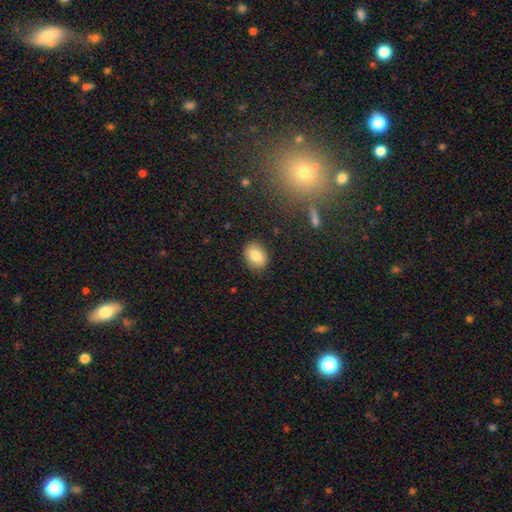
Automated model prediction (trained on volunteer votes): Smooth or featured?
  - smooth: 82% *
  - featured or disk: 10%
  - star or artifact: 8%
How rounded?
  - in between: 66% *
  - round: 33%
  - cigar-shaped: 1%
Merging?
  - none: 88% *
  - minor disturbance: 8%
  - major disturbance: 2%
  - merger: 1%